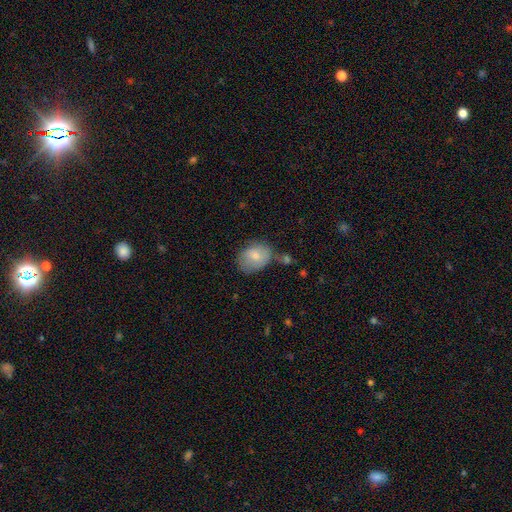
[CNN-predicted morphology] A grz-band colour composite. It shows a smooth galaxy with no disk features (74%) that is in between round and cigar-shaped (55%). Merging: none (56%).